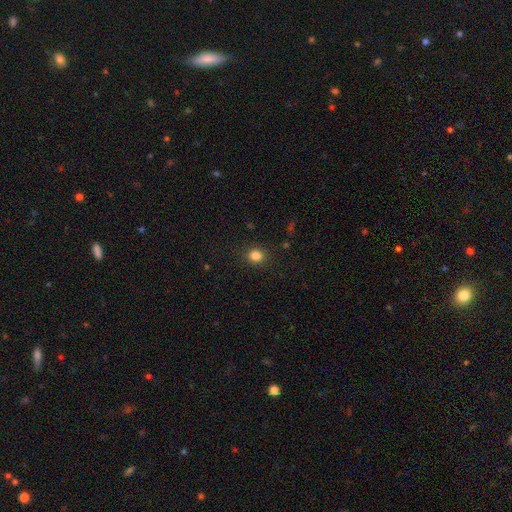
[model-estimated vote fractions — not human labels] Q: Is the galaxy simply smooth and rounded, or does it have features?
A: smooth — 83%.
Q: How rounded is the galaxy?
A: round — 80%.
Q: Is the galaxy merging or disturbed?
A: none — 89%.